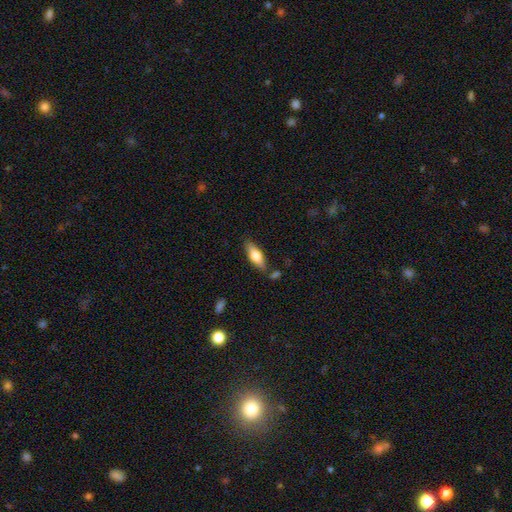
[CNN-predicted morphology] Overall: smooth (68%). How rounded: in between (67%; cigar-shaped 31%). Merging: none (76%).